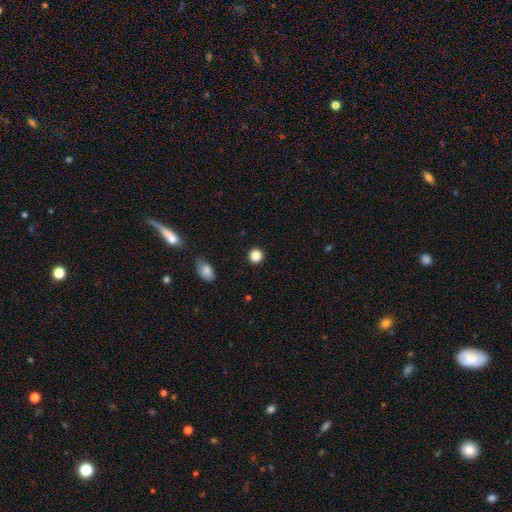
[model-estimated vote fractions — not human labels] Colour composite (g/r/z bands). It shows a smooth galaxy with no disk features (86%) that is round (92%). Merging: none (91%).